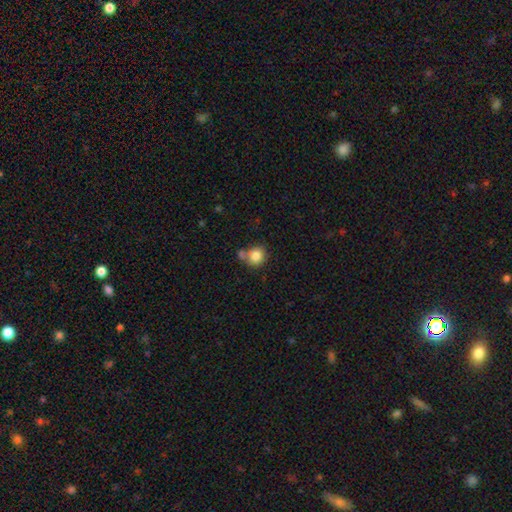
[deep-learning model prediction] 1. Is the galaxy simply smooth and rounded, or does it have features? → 82% smooth, 9% star or artifact, 8% featured or disk.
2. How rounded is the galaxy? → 82% round, 17% in between, 1% cigar-shaped.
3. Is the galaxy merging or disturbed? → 55% none, 27% merger, 13% minor disturbance, 5% major disturbance.